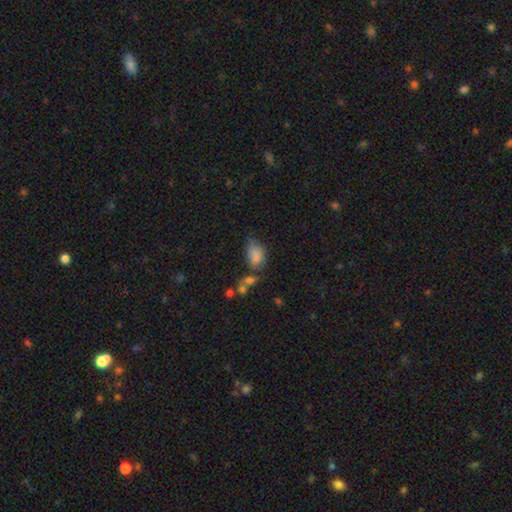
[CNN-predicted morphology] A smooth galaxy with no disk features (79%) that is in between round and cigar-shaped (87%).

Vote fractions:
- Smooth or featured? smooth: 79% / star or artifact: 10% / featured or disk: 10%
- How rounded? in between: 87% / round: 11% / cigar-shaped: 2%
- Merging? none: 40% / minor disturbance: 33% / major disturbance: 14% / merger: 13%